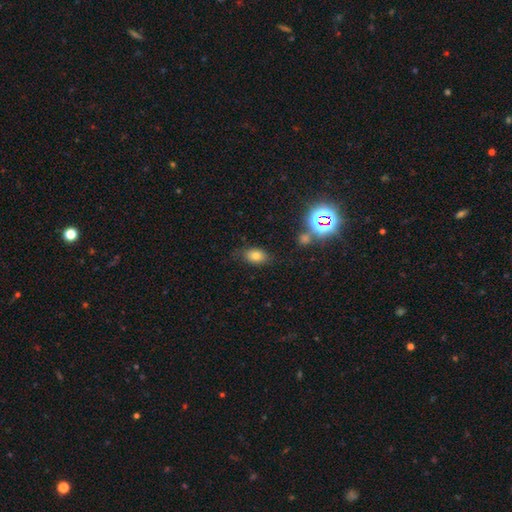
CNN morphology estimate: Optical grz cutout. It shows a smooth galaxy with no disk features (74%) that is in between round and cigar-shaped (84%). Merging: none (76%).